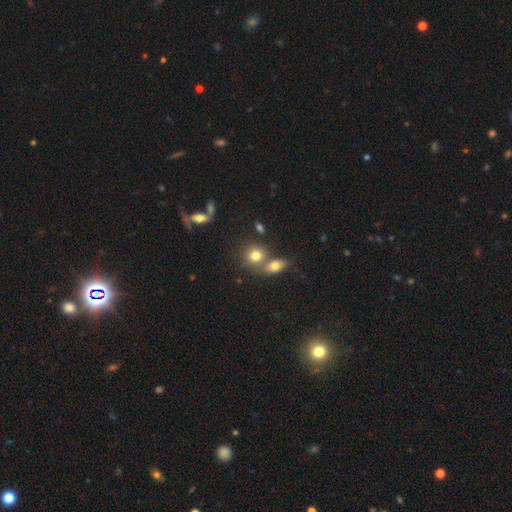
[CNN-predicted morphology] Overall: smooth (77%). How rounded: round (68%; in between 30%). Merging: none (44%; merger 42%).